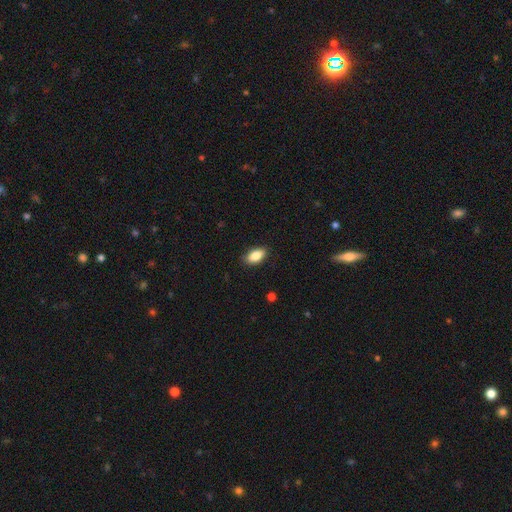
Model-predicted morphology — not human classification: Smooth or featured: smooth — 85% (featured or disk — 8%)
How rounded: in between — 91% (round — 4%)
Merging: none — 87% (minor disturbance — 10%)